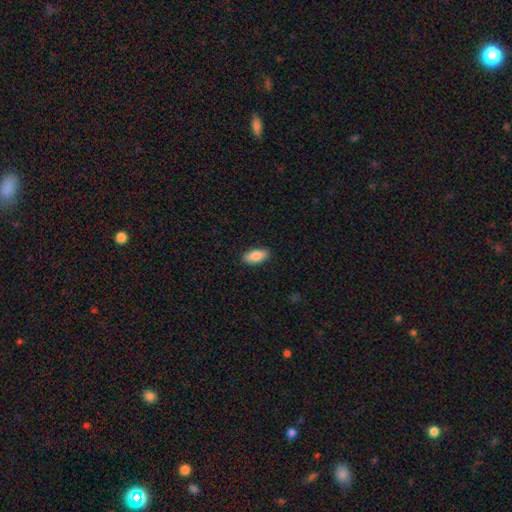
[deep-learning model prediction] A smooth galaxy with no disk features (87%) that is in between round and cigar-shaped (90%).

Vote fractions:
- Smooth or featured? smooth: 87% / featured or disk: 7% / star or artifact: 6%
- How rounded? in between: 90% / cigar-shaped: 7% / round: 2%
- Merging? none: 90% / minor disturbance: 8% / major disturbance: 2% / merger: 1%